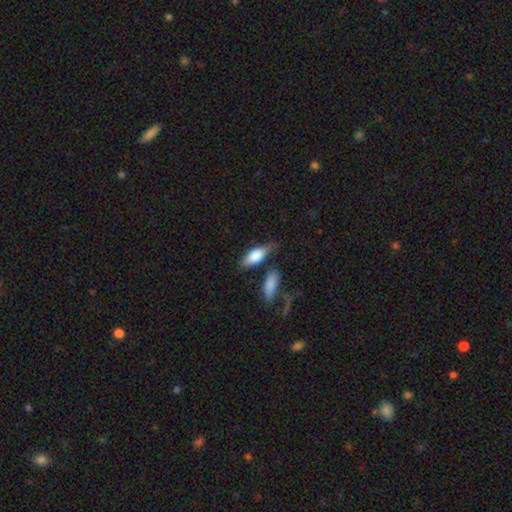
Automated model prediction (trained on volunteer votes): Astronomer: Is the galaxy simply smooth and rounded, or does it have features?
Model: smooth — 71%.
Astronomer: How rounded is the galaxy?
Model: in between — 71%.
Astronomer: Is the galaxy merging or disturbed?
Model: none — 64%.